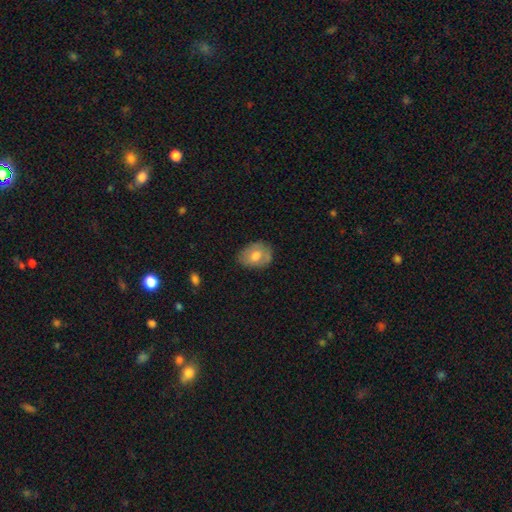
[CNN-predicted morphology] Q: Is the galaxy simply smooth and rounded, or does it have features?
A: smooth — 68%.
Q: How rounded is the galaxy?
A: in between — 67%.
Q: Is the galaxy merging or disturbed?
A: none — 69%.